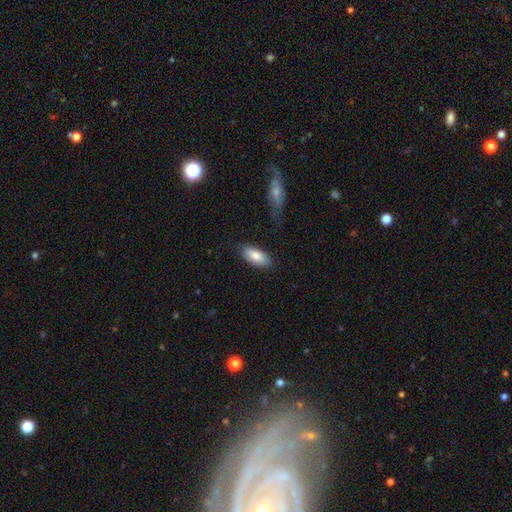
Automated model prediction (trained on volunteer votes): Smooth or featured?
  - smooth: 84% *
  - featured or disk: 10%
  - star or artifact: 6%
How rounded?
  - in between: 88% *
  - cigar-shaped: 10%
  - round: 2%
Merging?
  - none: 81% *
  - minor disturbance: 14%
  - major disturbance: 3%
  - merger: 2%